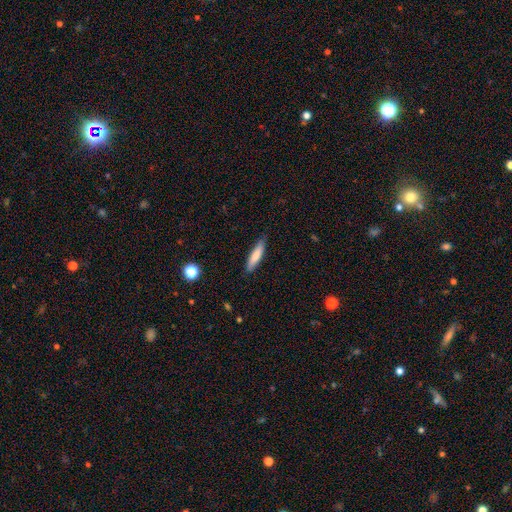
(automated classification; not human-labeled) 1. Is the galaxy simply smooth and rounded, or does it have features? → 79% smooth, 15% featured or disk, 6% star or artifact.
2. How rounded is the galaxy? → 80% cigar-shaped, 19% in between, 1% round.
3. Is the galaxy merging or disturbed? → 84% none, 13% minor disturbance, 2% major disturbance, 1% merger.